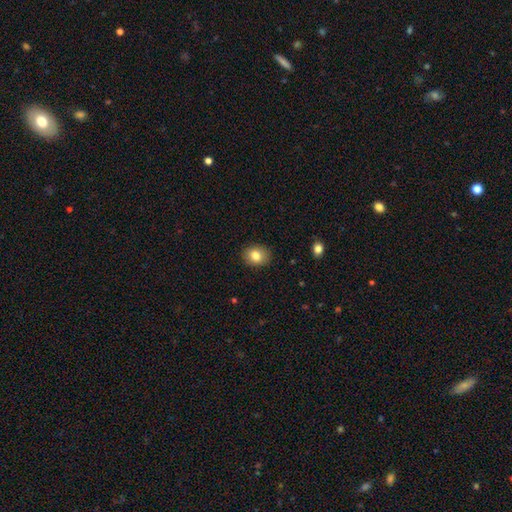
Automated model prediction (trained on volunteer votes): Smooth or featured? smooth (82%)
How rounded? round (54%)
Merging? none (89%)